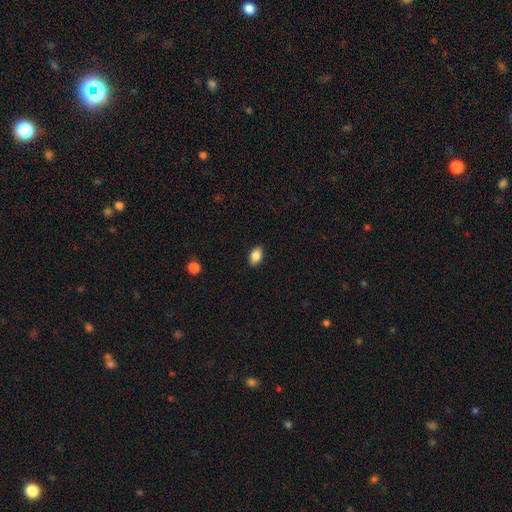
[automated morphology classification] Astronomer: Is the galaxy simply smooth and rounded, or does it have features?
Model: smooth — 86%.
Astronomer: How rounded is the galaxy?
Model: in between — 89%.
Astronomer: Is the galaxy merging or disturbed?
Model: none — 89%.